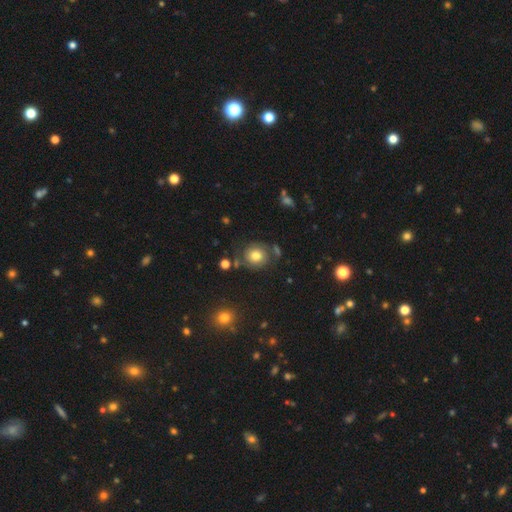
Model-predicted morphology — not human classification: Smooth or featured: smooth — 61% (featured or disk — 26%)
How rounded: round — 83% (in between — 16%)
Merging: none — 71% (minor disturbance — 15%)